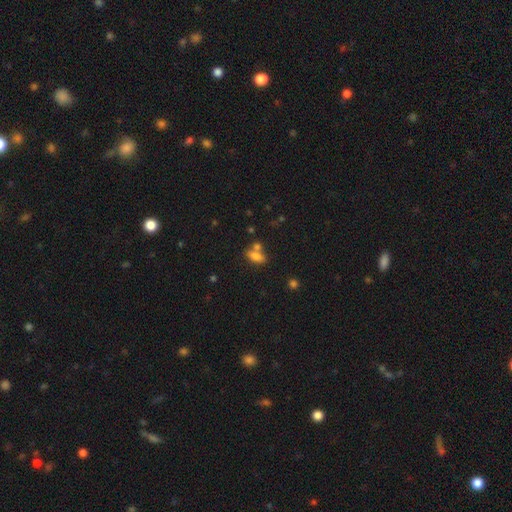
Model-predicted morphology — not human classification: This appears to be a smooth galaxy with no disk features (78%) that is in between round and cigar-shaped (83%). Merging: none (52%).